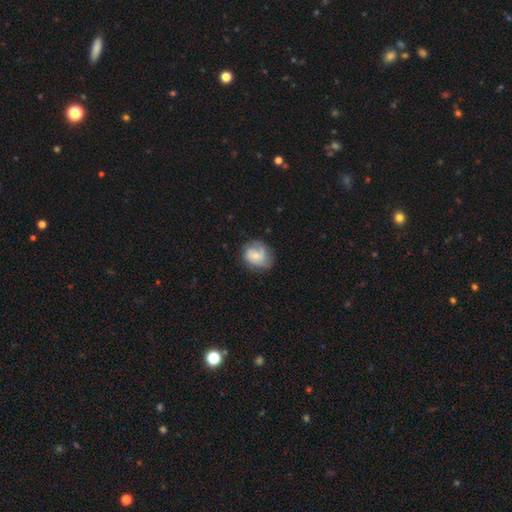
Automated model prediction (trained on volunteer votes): The model was most divided on "smooth or featured": featured or disk: 47%, smooth: 46%, star or artifact: 7%. More confident: merging — none (63%).